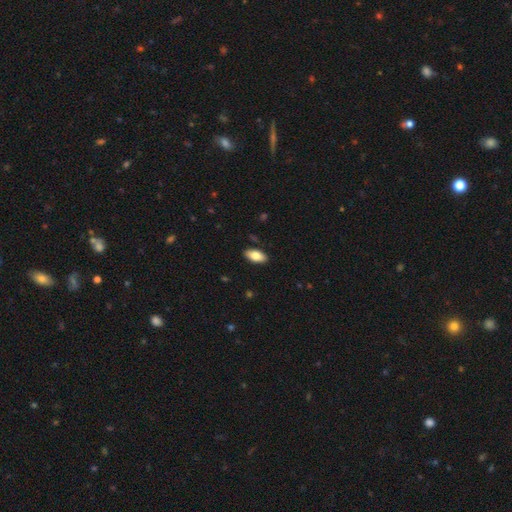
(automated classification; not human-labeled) Morphology: type=smooth (80%); roundness=in between (92%); merging=none (90%).